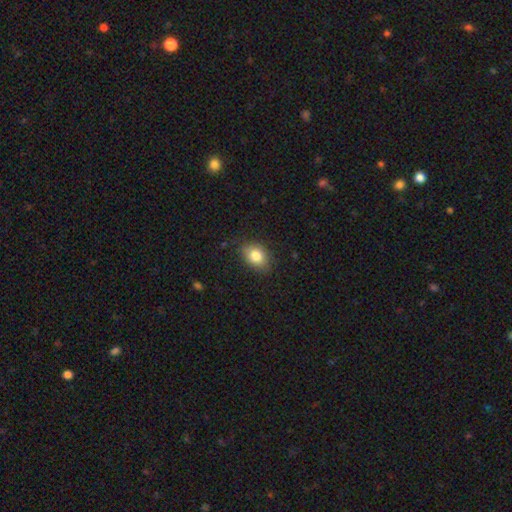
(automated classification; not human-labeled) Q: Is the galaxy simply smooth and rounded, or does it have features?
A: smooth — 83%.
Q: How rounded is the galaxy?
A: in between — 74%.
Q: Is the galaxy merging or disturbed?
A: none — 80%.